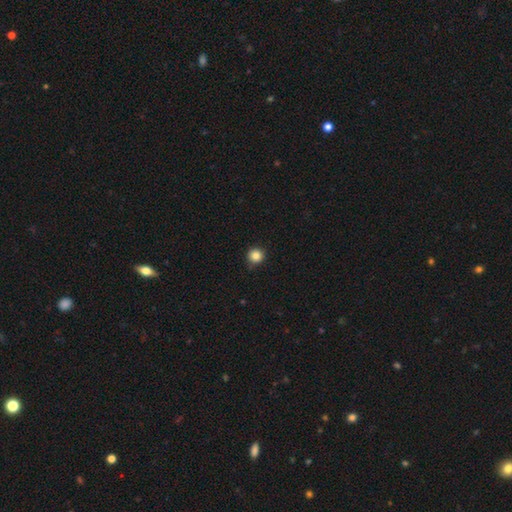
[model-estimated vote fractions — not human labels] The model was most divided on "smooth or featured": smooth: 85%, star or artifact: 11%, featured or disk: 4%. More confident: how rounded — round (95%); merging — none (89%).